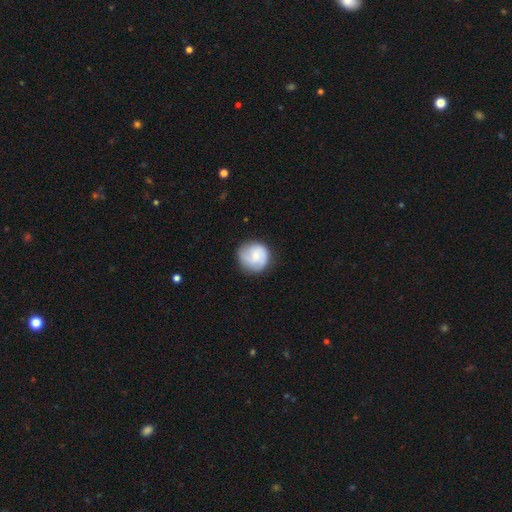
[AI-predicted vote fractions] Smooth or featured? Predicted: featured or disk (p=0.47). Merging? Predicted: none (p=0.79).